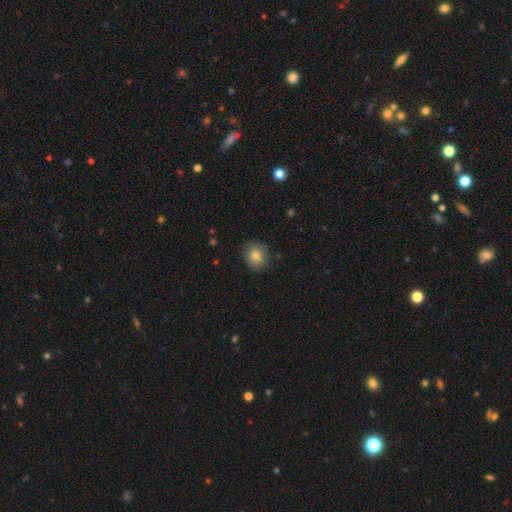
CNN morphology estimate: This is clearly a smooth galaxy (82%). How rounded: clearly round (82%). Merging: clearly none (82%).